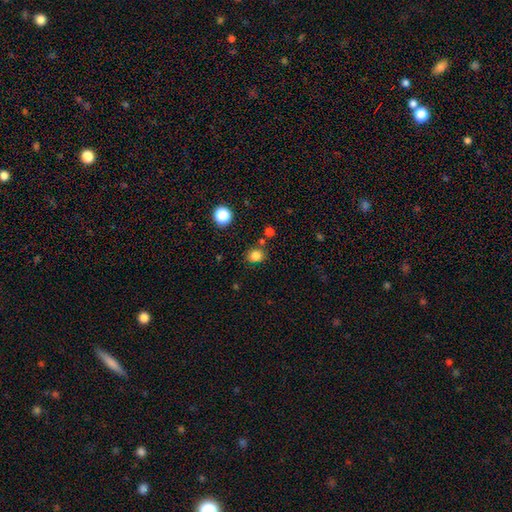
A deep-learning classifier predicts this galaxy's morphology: Smooth or featured? Predicted: smooth (p=0.82). How rounded? Predicted: round (p=0.75). Merging? Predicted: none (p=0.80).